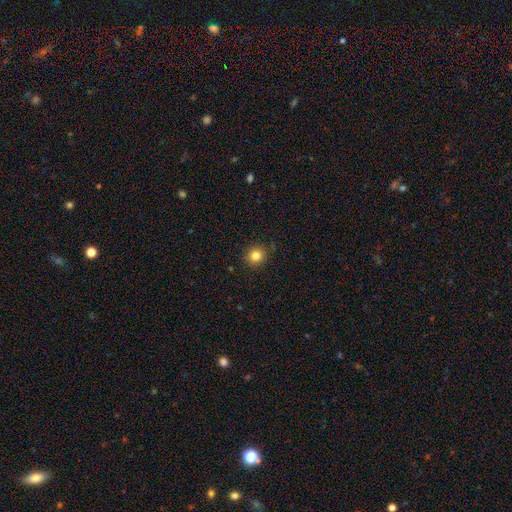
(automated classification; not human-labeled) Smooth or featured?
  - smooth: 83% *
  - star or artifact: 11%
  - featured or disk: 5%
How rounded?
  - round: 92% *
  - in between: 7%
  - cigar-shaped: 1%
Merging?
  - none: 89% *
  - minor disturbance: 8%
  - major disturbance: 2%
  - merger: 1%